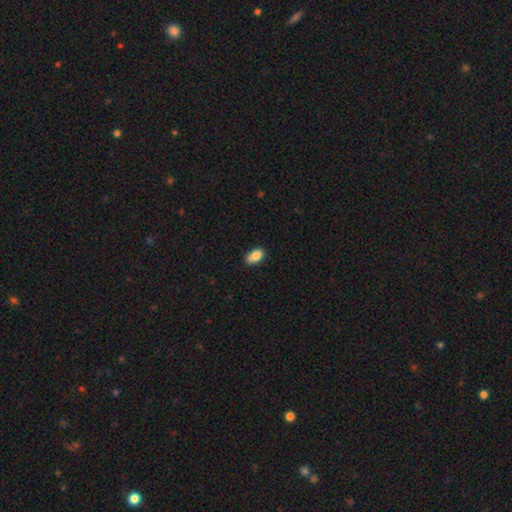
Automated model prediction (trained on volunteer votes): Overall: smooth (87%). How rounded: in between (93%). Merging: none (85%).